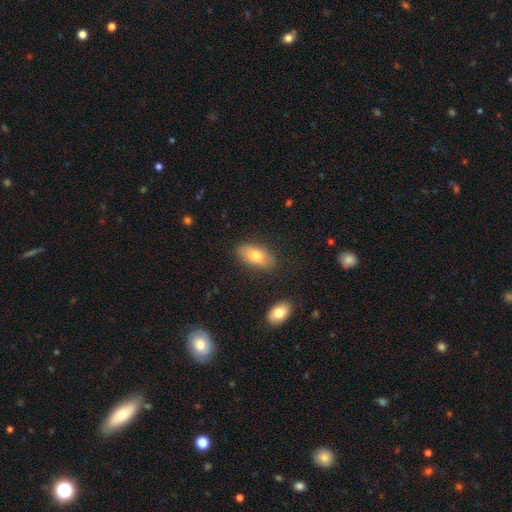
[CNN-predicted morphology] Smooth or featured? smooth (74%)
How rounded? in between (89%)
Merging? none (82%)